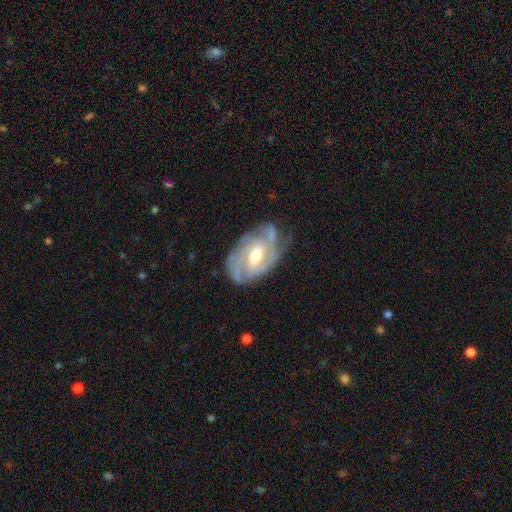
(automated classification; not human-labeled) Smooth or featured? Predicted: featured or disk (p=0.87). Edge-on disk? Predicted: no (p=0.96). Bar? Predicted: weak (p=0.51). Spiral arms? Predicted: yes (p=0.95). Spiral winding? Predicted: tight (p=0.58). Spiral arm count? Predicted: 3 (p=0.29). Bulge size? Predicted: moderate (p=0.67). Merging? Predicted: none (p=0.63).